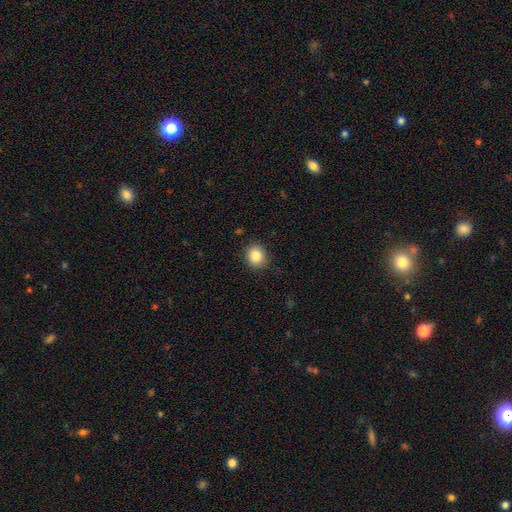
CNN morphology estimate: This is clearly a smooth galaxy (85%). How rounded: clearly round (81%). Merging: clearly none (89%).